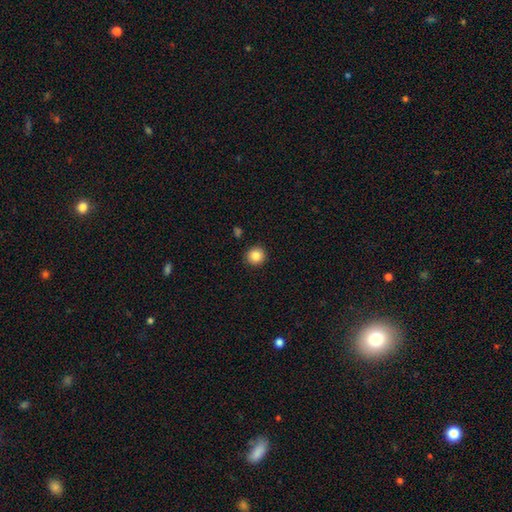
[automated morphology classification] Smooth or featured? Predicted: smooth (p=0.85). How rounded? Predicted: round (p=0.93). Merging? Predicted: none (p=0.92).